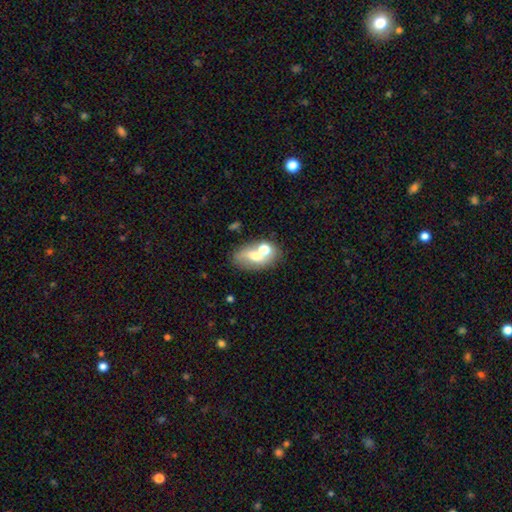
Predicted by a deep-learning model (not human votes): Smooth or featured? smooth (54%)
How rounded? in between (77%)
Merging? none (47%)